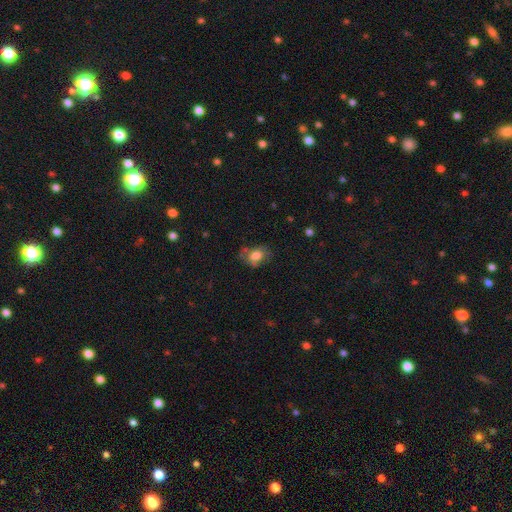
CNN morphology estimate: smooth 67%, featured or disk 24%, star or artifact 10%. Down the decision tree: how rounded — in between (76%); merging — none (57%).